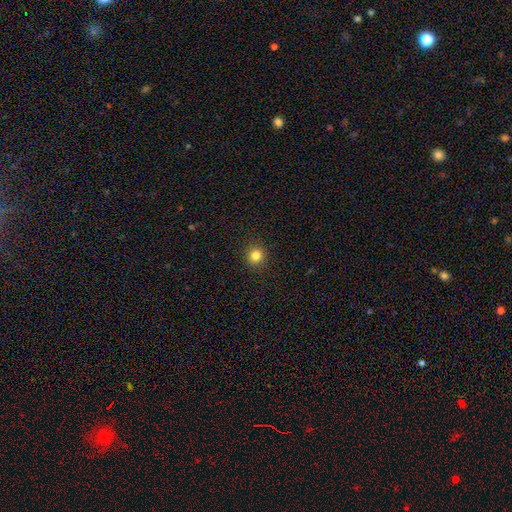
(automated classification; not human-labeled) Smooth or featured? Predicted: smooth (p=0.82). How rounded? Predicted: round (p=0.92). Merging? Predicted: none (p=0.92).